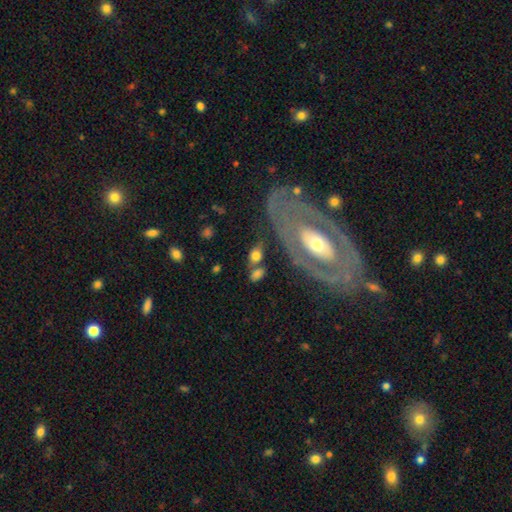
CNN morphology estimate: Smooth or featured? smooth (60%)
How rounded? in between (73%)
Merging? none (54%)